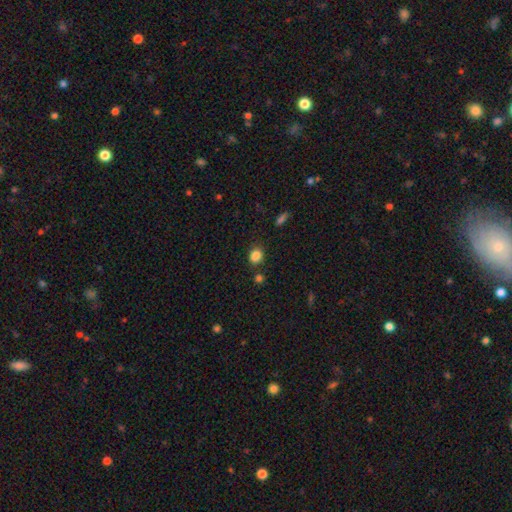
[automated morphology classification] Smooth or featured?
  - smooth: 85% *
  - star or artifact: 11%
  - featured or disk: 4%
How rounded?
  - round: 56% *
  - in between: 43%
  - cigar-shaped: 1%
Merging?
  - none: 77% *
  - minor disturbance: 13%
  - merger: 6%
  - major disturbance: 3%